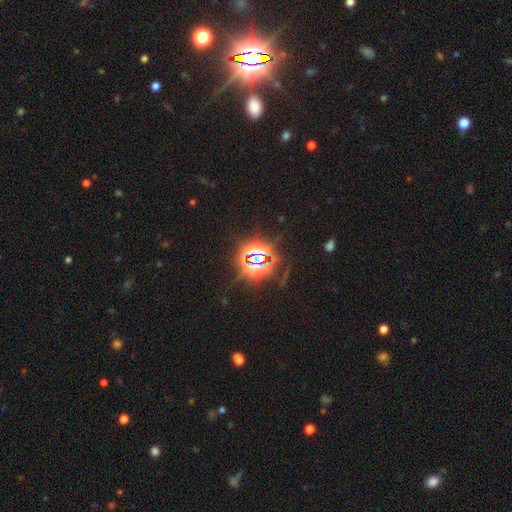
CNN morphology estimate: A star or artifact, not a galaxy (82%).